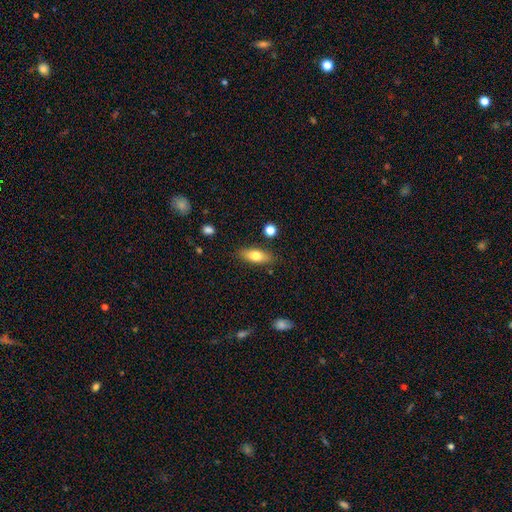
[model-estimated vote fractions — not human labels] Overall: smooth (74%). How rounded: in between (74%). Merging: none (84%).